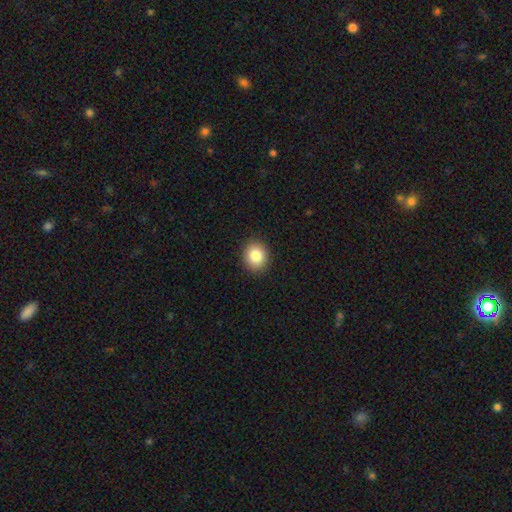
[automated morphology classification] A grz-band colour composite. It shows a smooth galaxy with no disk features (84%) that is round (73%). Merging: none (91%).